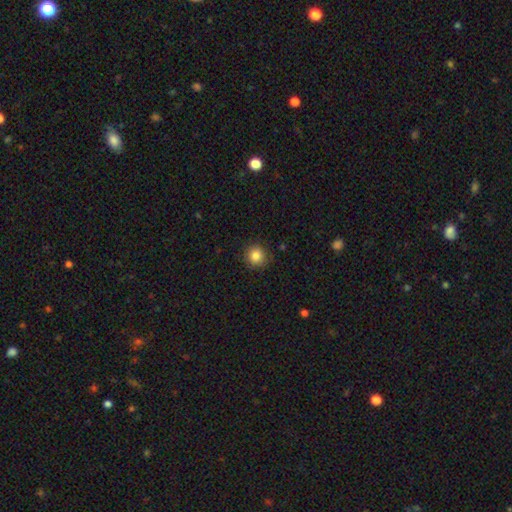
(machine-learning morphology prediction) Q: Smooth or featured?
A: smooth (85%); runner-up: star or artifact (11%)
Q: How rounded?
A: round (92%); runner-up: in between (7%)
Q: Merging?
A: none (88%); runner-up: minor disturbance (9%)